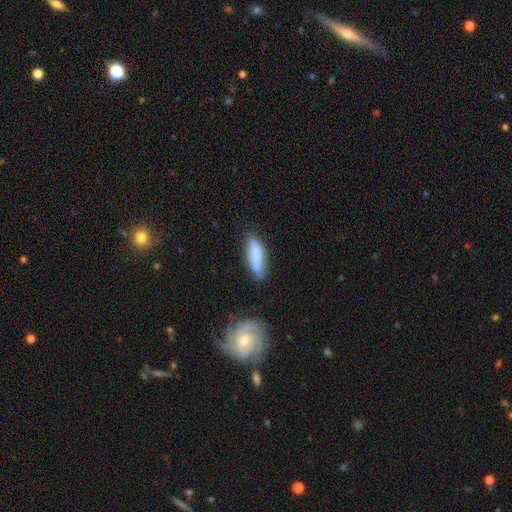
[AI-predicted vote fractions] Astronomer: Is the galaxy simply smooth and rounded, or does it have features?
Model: smooth — 82%.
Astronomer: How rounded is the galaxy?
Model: cigar-shaped — 63%.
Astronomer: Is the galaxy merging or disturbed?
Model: none — 74%.